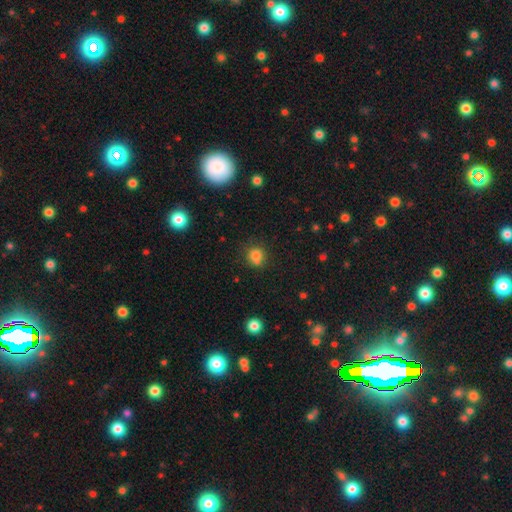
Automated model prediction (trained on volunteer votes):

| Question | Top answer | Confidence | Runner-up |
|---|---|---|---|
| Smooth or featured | smooth | 80% | star or artifact (14%) |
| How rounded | round | 83% | in between (16%) |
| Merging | none | 69% | minor disturbance (17%) |